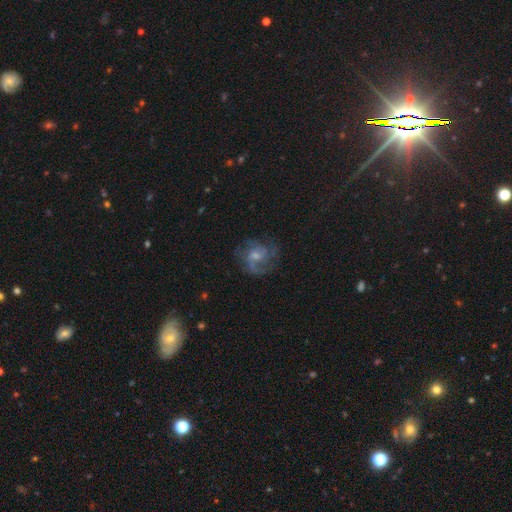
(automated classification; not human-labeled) smooth-or-featured: featured or disk: 74% | smooth: 13% | star or artifact: 12%
  disk-edge-on: no: 98% | yes: 2%
    bar: no: 61% | weak: 34% | strong: 6%
    has-spiral-arms: yes: 93% | no: 7%
      spiral-winding: medium: 49% | tight: 33% | loose: 18%
      spiral-arm-count: 2: 41% | 3: 21% | can't tell: 21% | 1: 8% | 4: 5% | more than 4: 4%
    bulge-size: small: 47% | moderate: 43% | none: 5% | large: 4% | dominant: 1%
  merging: none: 70% | minor disturbance: 16% | major disturbance: 12% | merger: 2%